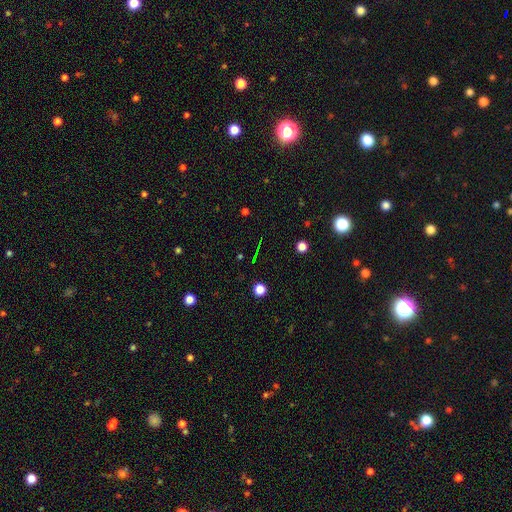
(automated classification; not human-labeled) Smooth or featured? star or artifact (64%)